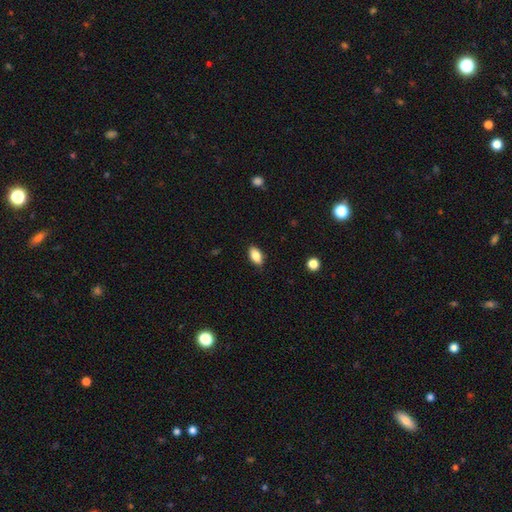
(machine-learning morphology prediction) Overall: smooth (85%). How rounded: in between (91%). Merging: none (88%).